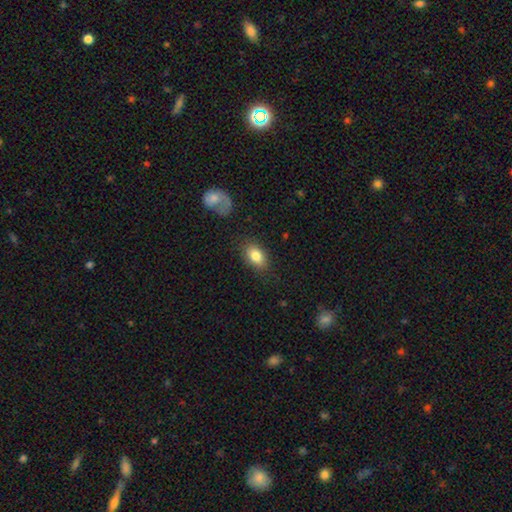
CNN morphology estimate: type=smooth (81%); roundness=in between (87%); merging=none (82%).